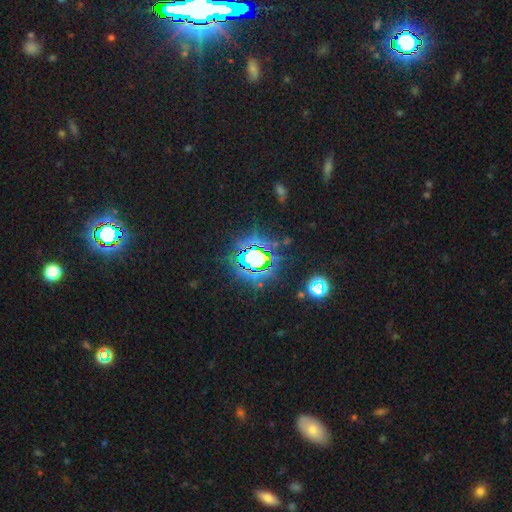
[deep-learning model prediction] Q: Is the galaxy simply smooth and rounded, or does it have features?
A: star or artifact — 73%.